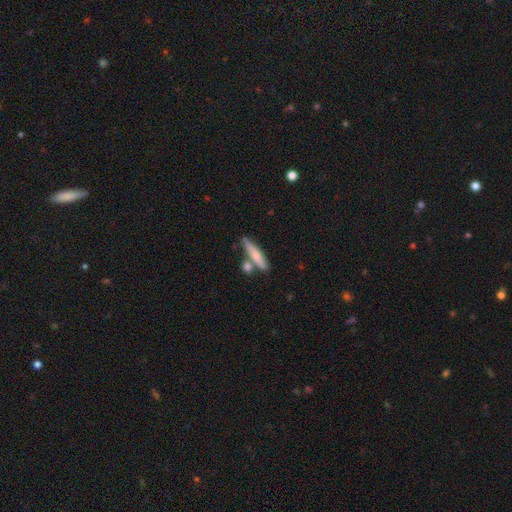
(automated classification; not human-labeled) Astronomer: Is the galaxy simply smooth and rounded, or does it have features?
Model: smooth — 65%.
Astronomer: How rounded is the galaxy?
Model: cigar-shaped — 82%.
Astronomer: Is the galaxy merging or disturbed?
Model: none — 66%.